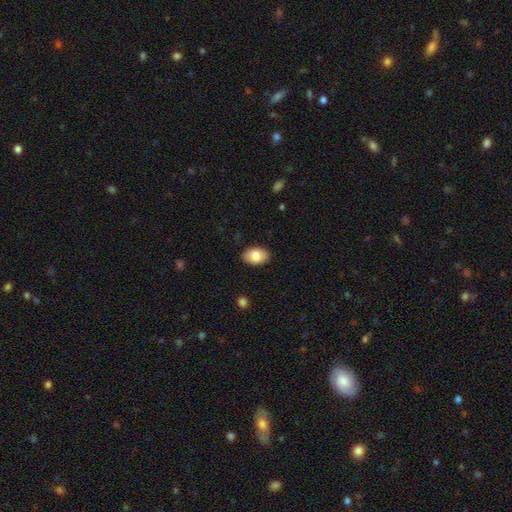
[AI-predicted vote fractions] Q: Smooth or featured?
A: smooth (83%); runner-up: featured or disk (10%)
Q: How rounded?
A: in between (90%); runner-up: round (9%)
Q: Merging?
A: none (88%); runner-up: minor disturbance (9%)